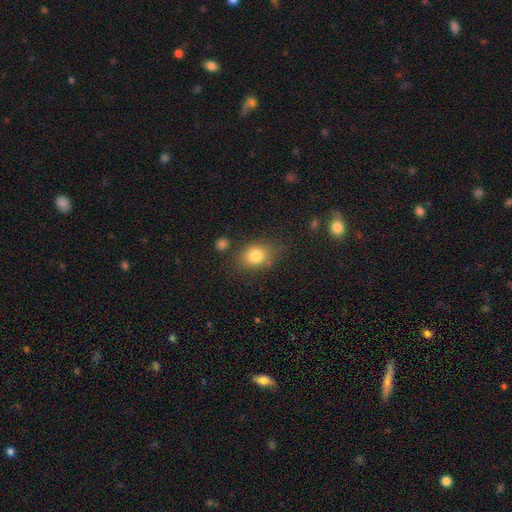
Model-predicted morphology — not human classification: A smooth galaxy with no disk features (80%) that is in between round and cigar-shaped (55%). Merging: none (70%).